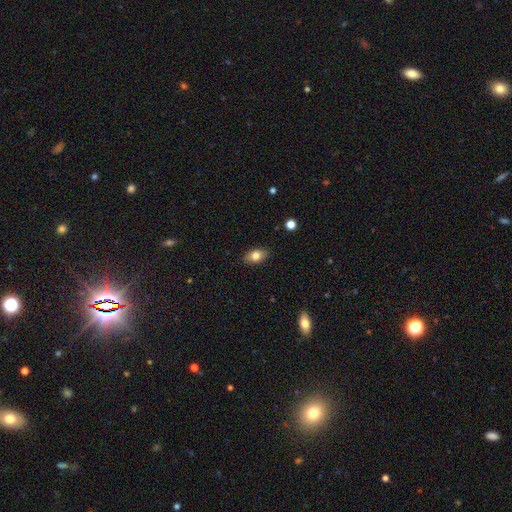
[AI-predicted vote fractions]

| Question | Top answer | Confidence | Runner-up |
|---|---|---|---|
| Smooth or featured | smooth | 80% | featured or disk (12%) |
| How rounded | in between | 88% | round (10%) |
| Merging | none | 86% | minor disturbance (10%) |